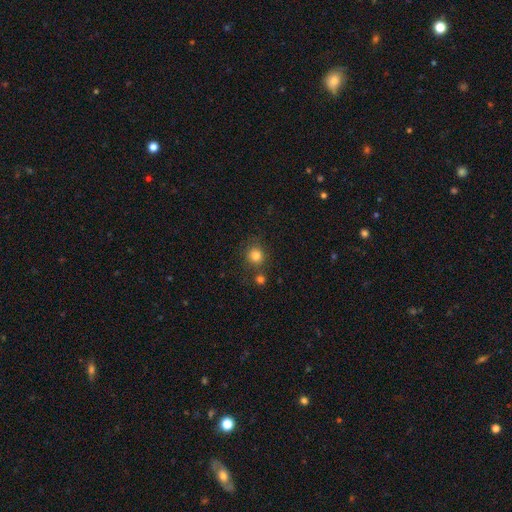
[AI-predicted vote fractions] smooth 81%, star or artifact 13%, featured or disk 6%. Down the decision tree: how rounded — round (91%); merging — none (75%).